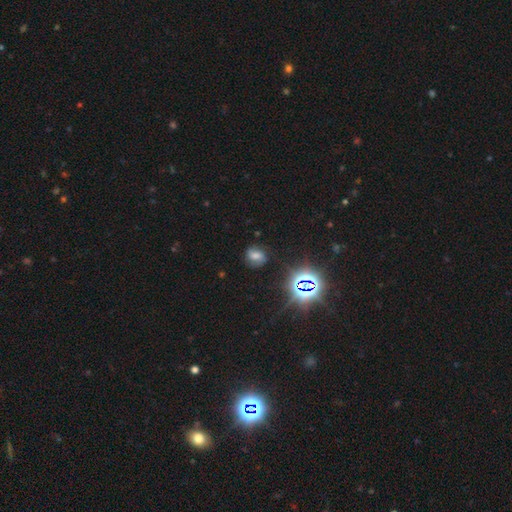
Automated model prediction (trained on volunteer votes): Morphology: type=smooth (40%); merging=none (77%).